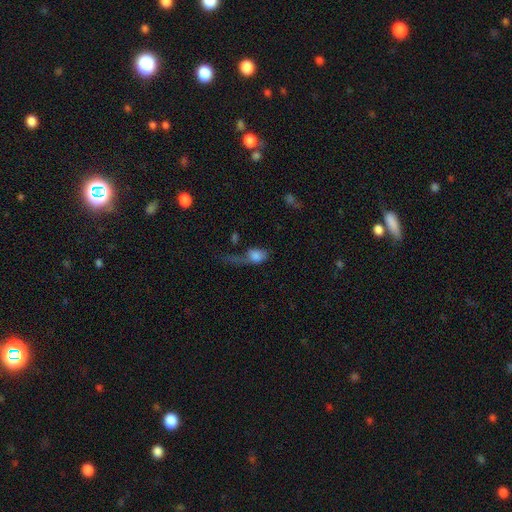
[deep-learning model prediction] smooth 70%, featured or disk 19%, star or artifact 11%. Down the decision tree: how rounded — in between (73%); merging — major disturbance (55%).